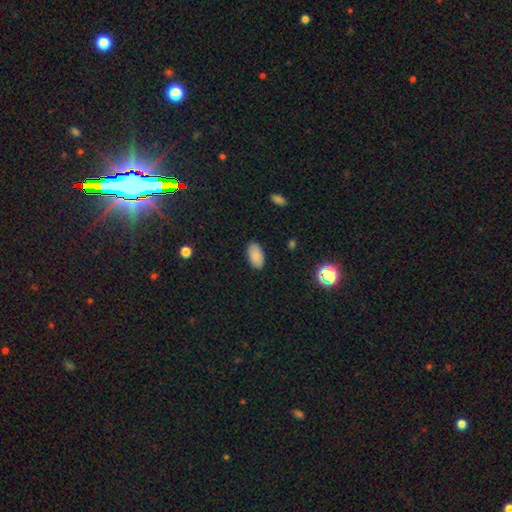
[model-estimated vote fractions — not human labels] Q: Smooth or featured?
A: smooth (87%); runner-up: star or artifact (8%)
Q: How rounded?
A: in between (95%); runner-up: round (3%)
Q: Merging?
A: none (87%); runner-up: minor disturbance (10%)